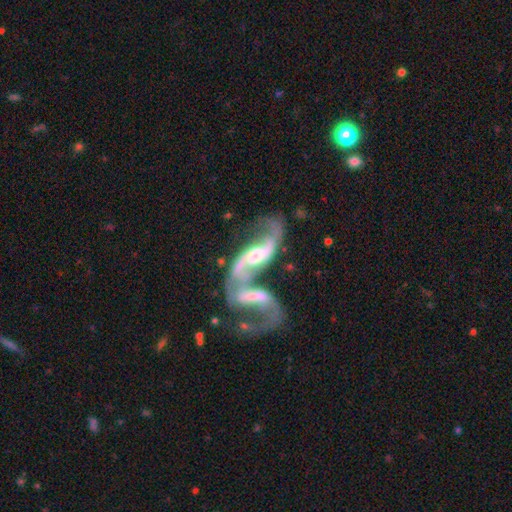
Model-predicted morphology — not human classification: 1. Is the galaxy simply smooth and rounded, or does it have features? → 87% featured or disk, 7% smooth, 5% star or artifact.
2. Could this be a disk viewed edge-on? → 93% no, 7% yes.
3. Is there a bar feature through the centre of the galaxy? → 37% weak, 32% no, 30% strong.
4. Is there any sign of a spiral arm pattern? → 93% yes, 7% no.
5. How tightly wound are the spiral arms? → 74% loose, 21% medium, 5% tight.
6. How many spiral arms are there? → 89% 2, 4% can't tell, 4% 1, 1% 3, 1% 4, 1% more than 4.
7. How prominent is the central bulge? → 53% moderate, 25% small, 13% large, 6% none, 2% dominant.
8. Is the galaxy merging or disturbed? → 64% merger, 18% none, 11% major disturbance, 7% minor disturbance.